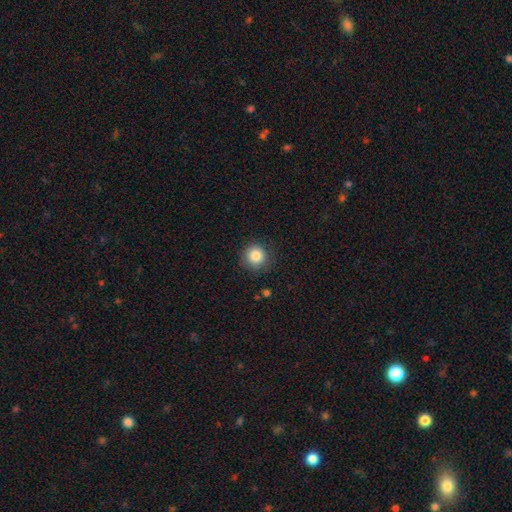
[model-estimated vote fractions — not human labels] Overall: smooth (85%). How rounded: round (94%). Merging: none (87%).